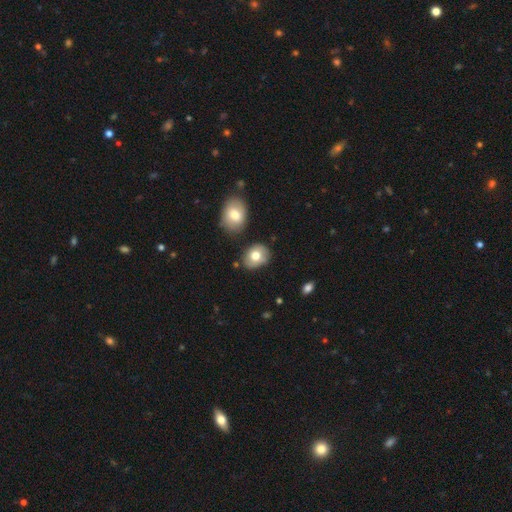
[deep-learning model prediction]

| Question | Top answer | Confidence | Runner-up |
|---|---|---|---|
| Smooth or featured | smooth | 74% | featured or disk (18%) |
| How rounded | in between | 58% | round (41%) |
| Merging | none | 74% | minor disturbance (17%) |